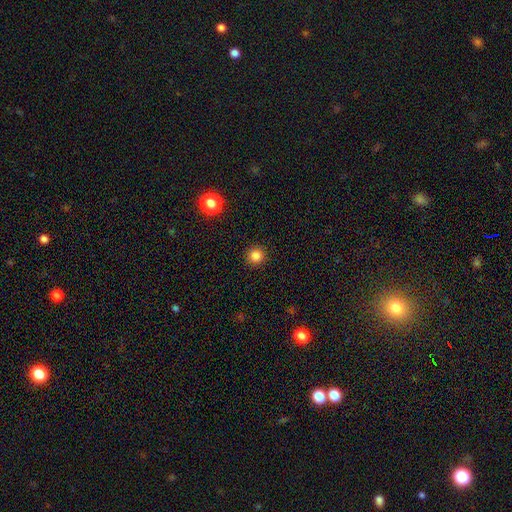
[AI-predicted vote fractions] Q: Smooth or featured?
A: smooth (83%); runner-up: star or artifact (13%)
Q: How rounded?
A: round (95%); runner-up: in between (4%)
Q: Merging?
A: none (93%); runner-up: minor disturbance (5%)